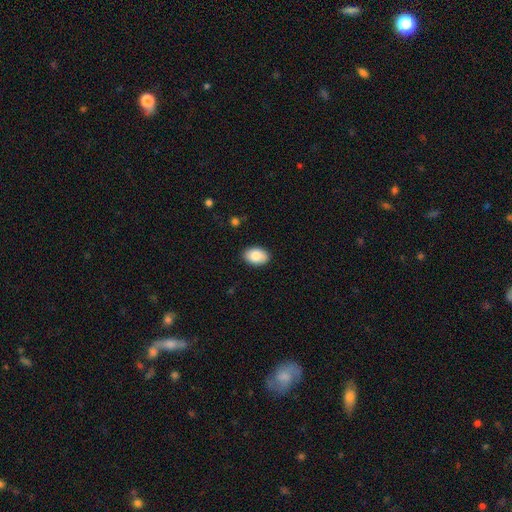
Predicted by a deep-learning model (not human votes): This is clearly a smooth galaxy (86%). How rounded: clearly in between (87%). Merging: clearly none (88%).